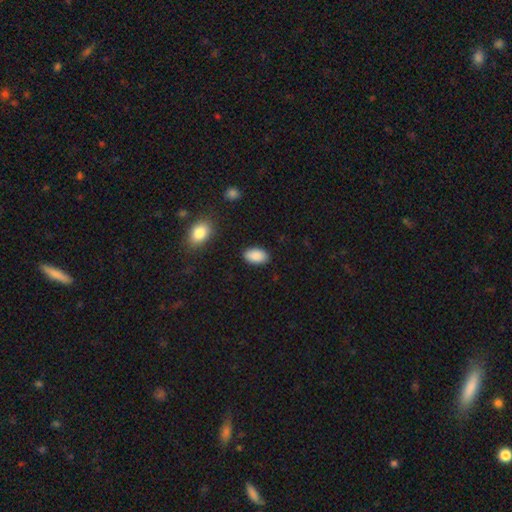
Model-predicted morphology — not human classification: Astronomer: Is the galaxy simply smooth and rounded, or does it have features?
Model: smooth — 89%.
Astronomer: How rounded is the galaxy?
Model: in between — 93%.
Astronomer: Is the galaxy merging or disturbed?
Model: none — 87%.